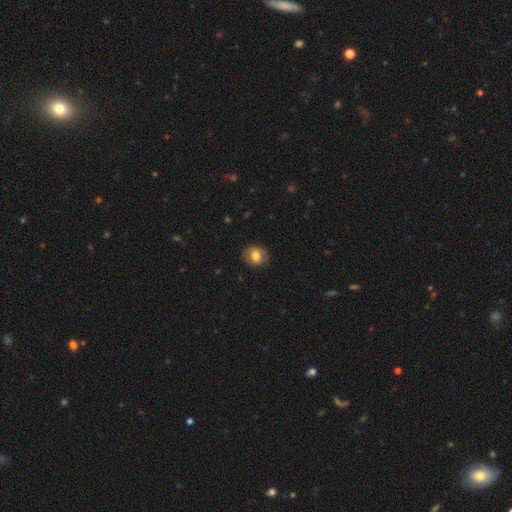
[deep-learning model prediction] This is likely a smooth galaxy (75%). How rounded: likely round (71%). Merging: clearly none (84%).